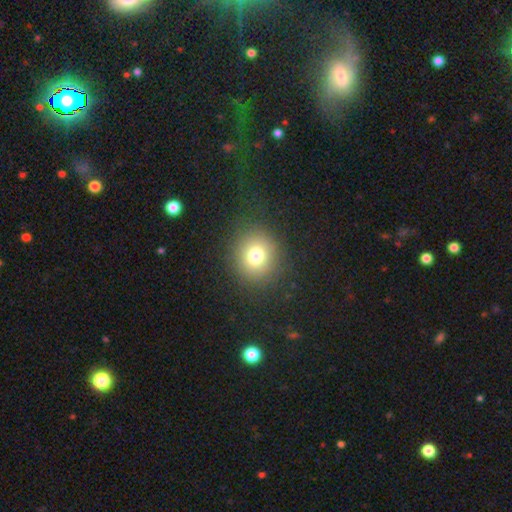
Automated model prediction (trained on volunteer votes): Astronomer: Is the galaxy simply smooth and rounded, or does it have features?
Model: smooth — 75%.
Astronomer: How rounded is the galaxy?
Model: round — 84%.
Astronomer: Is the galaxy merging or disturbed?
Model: none — 88%.